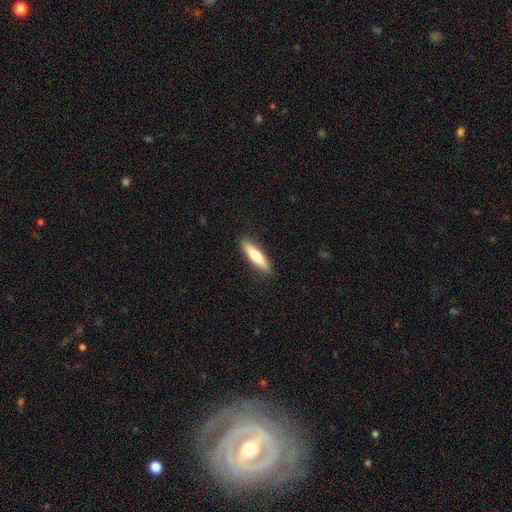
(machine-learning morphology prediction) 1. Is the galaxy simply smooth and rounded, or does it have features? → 60% smooth, 35% featured or disk, 5% star or artifact.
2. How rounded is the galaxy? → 73% cigar-shaped, 25% in between, 2% round.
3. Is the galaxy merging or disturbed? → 90% none, 8% minor disturbance, 2% major disturbance, 1% merger.